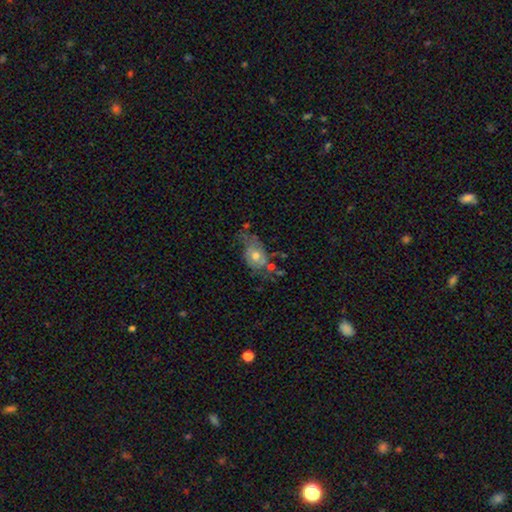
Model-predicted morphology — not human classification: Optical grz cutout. It shows a smooth galaxy with no disk features (46%). Merging: major disturbance (33%).